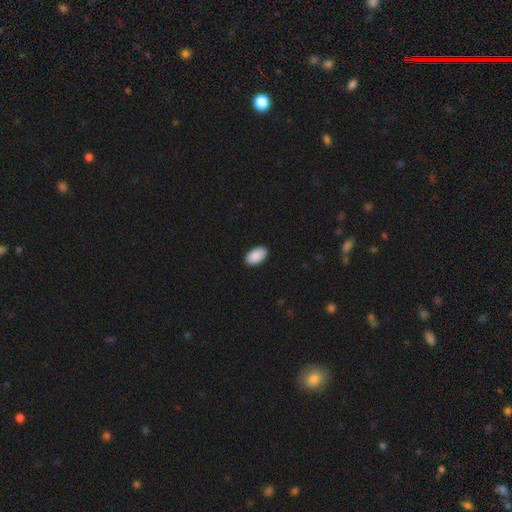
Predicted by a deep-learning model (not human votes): Overall: smooth (91%). How rounded: in between (95%). Merging: none (90%).